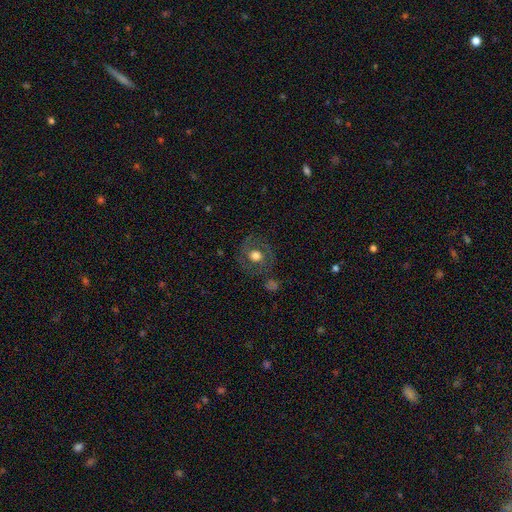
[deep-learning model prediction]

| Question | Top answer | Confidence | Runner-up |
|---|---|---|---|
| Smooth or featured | smooth | 48% | featured or disk (42%) |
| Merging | none | 77% | minor disturbance (13%) |